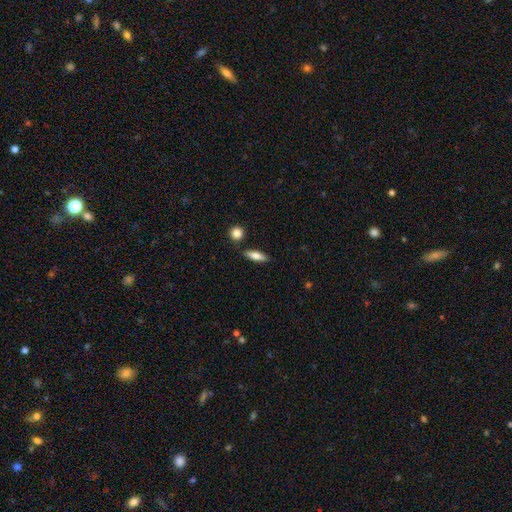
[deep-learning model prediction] Overall: smooth (72%). How rounded: cigar-shaped (53%; in between 44%). Merging: none (84%).